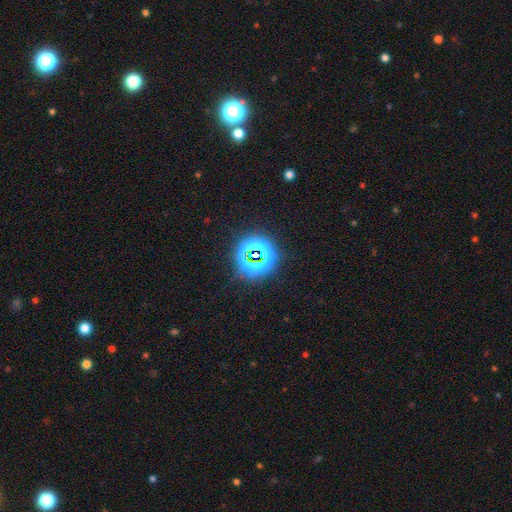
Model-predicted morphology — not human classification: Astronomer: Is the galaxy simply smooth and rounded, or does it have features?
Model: star or artifact — 74%.